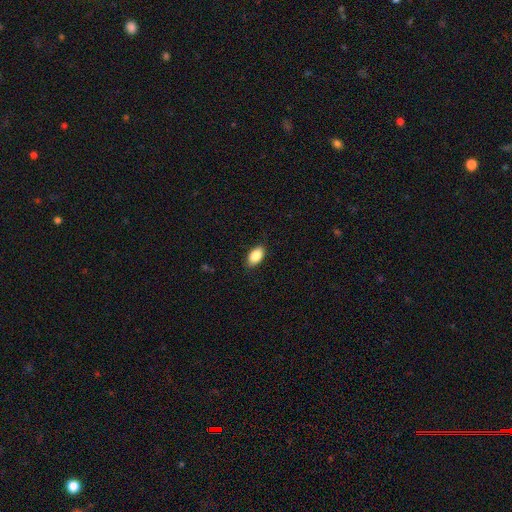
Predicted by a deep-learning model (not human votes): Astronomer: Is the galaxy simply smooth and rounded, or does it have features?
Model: smooth — 86%.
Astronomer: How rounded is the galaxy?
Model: in between — 93%.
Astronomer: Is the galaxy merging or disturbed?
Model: none — 87%.